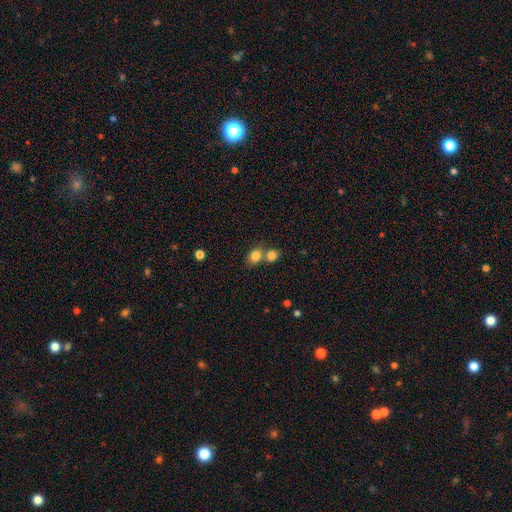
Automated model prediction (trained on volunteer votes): Morphology: type=smooth (82%); roundness=round (53%); merging=merger (46%).